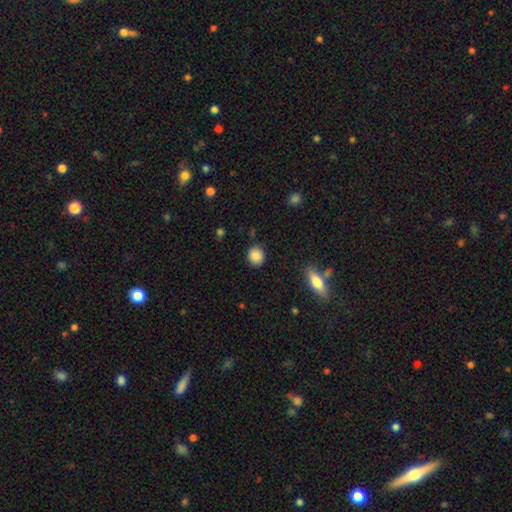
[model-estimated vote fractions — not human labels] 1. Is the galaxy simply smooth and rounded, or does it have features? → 87% smooth, 8% star or artifact, 4% featured or disk.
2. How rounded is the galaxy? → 84% round, 15% in between, 1% cigar-shaped.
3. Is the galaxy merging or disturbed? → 88% none, 8% minor disturbance, 2% major disturbance, 2% merger.